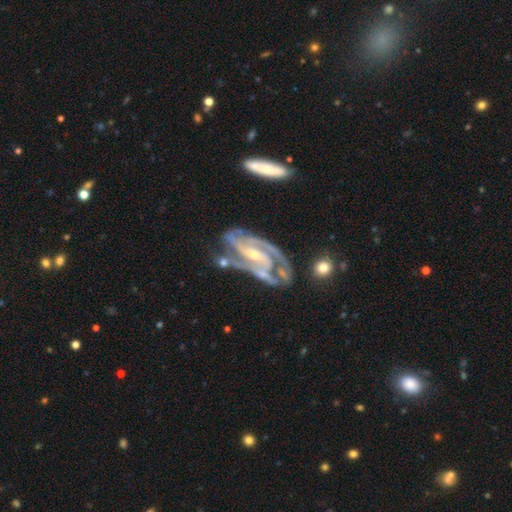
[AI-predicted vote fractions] The model was most divided on "spiral winding": medium: 46%, tight: 45%, loose: 9%. Remaining: spiral arms — yes (98%); edge-on disk — no (96%); smooth or featured — featured or disk (92%); bulge size — small (65%); merging — none (57%); spiral arm count — 2 (41%); bar — weak (36%).